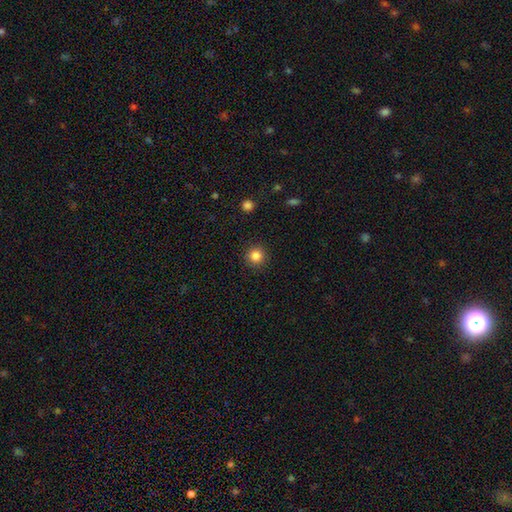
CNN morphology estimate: smooth_or_featured: smooth (p=0.85) [alt: star or artifact p=0.11]
how_rounded: round (p=0.94) [alt: in between p=0.05]
merging: none (p=0.91) [alt: minor disturbance p=0.06]